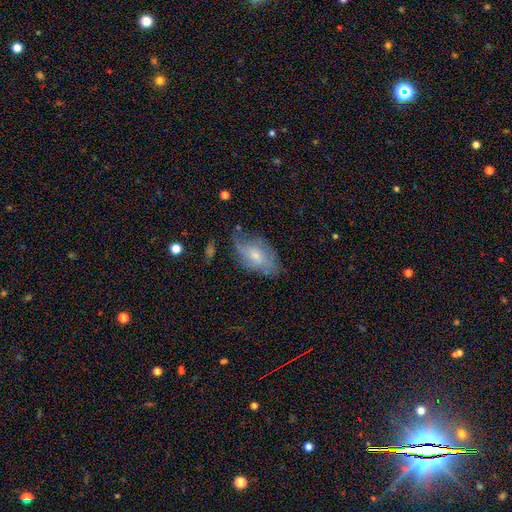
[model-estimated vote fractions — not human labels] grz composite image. It shows a featured or disk galaxy (48%). Merging: none (53%).